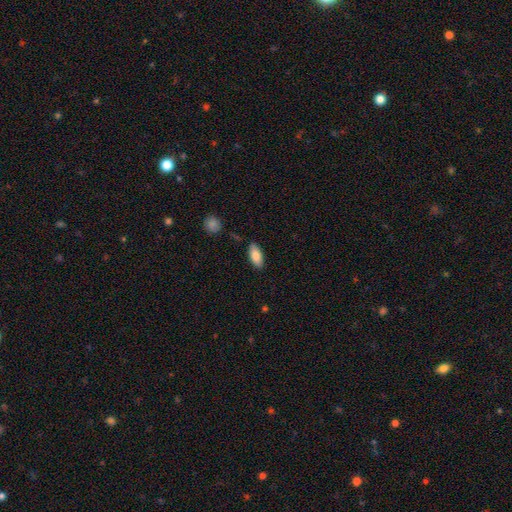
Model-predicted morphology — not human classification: smooth 83%, featured or disk 10%, star or artifact 7%. Down the decision tree: how rounded — in between (88%); merging — none (85%).